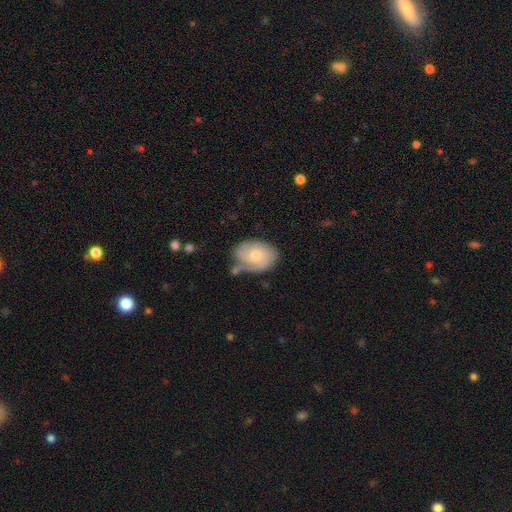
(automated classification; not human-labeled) Overall: featured or disk (71%). Edge-on disk: no (97%). Bar: no (67%; weak 29%). Spiral arms: yes (92%). Spiral arm count: 2 (32%; 3 28%). Spiral winding: tight (50%; medium 38%). Bulge size: moderate (48%; small 45%). Merging: none (57%; minor disturbance 25%).